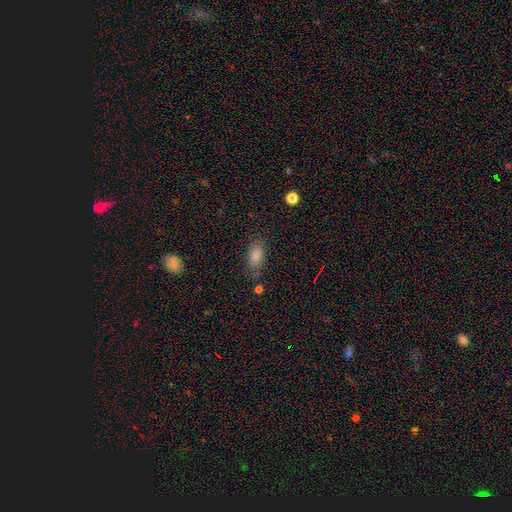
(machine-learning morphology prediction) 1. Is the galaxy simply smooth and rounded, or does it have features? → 76% smooth, 14% star or artifact, 9% featured or disk.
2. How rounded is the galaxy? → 84% in between, 8% cigar-shaped, 8% round.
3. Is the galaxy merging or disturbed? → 75% none, 17% minor disturbance, 5% major disturbance, 3% merger.